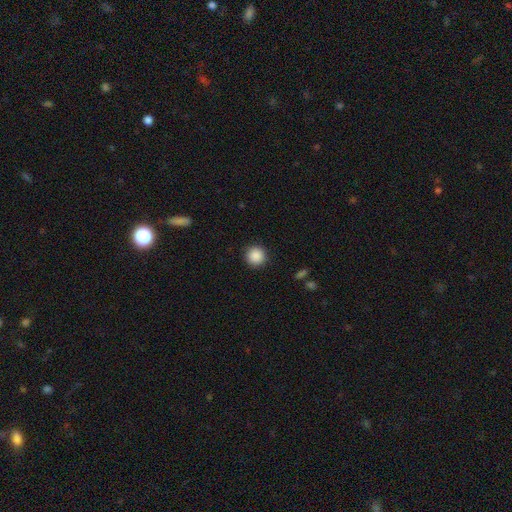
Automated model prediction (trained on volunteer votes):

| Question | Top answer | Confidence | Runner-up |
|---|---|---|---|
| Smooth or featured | smooth | 88% | star or artifact (9%) |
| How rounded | round | 95% | in between (4%) |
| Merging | none | 92% | minor disturbance (5%) |